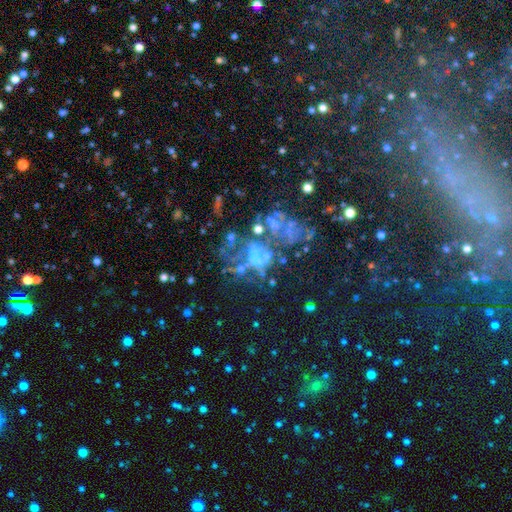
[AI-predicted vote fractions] Morphology: type=star or artifact (60%).